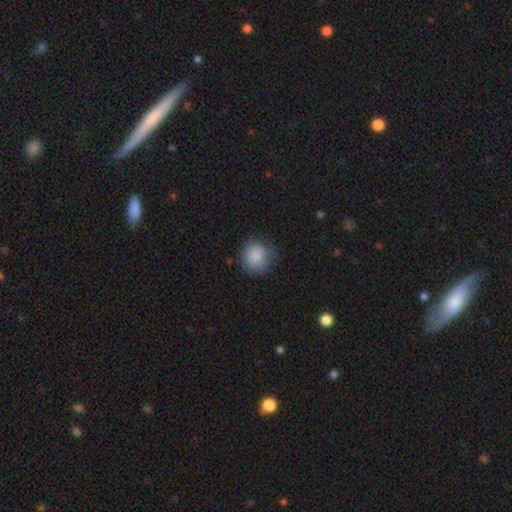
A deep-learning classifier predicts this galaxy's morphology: A smooth galaxy with no disk features (86%) that is round (87%).

Vote fractions:
- Smooth or featured? smooth: 86% / star or artifact: 7% / featured or disk: 7%
- How rounded? round: 87% / in between: 13% / cigar-shaped: 1%
- Merging? none: 74% / minor disturbance: 18% / major disturbance: 6% / merger: 1%